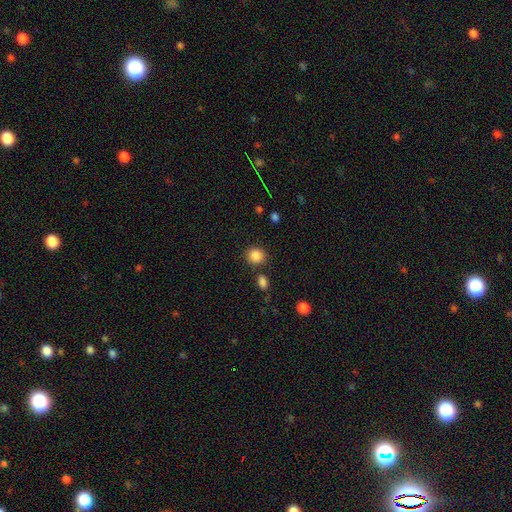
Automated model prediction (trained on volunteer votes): smooth 87%, star or artifact 10%, featured or disk 4%. Down the decision tree: how rounded — round (83%); merging — none (81%).